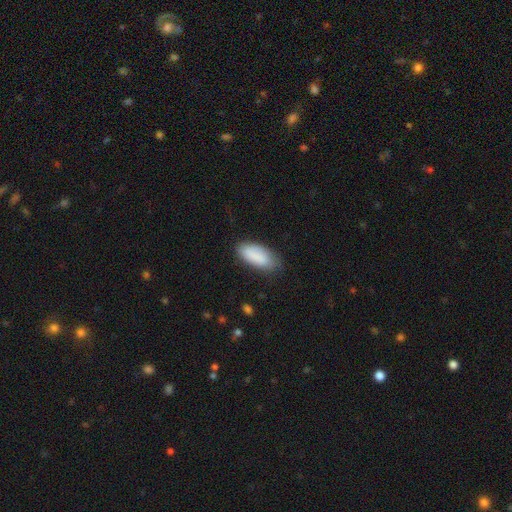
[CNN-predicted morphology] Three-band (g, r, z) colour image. It shows a smooth galaxy with no disk features (85%) that is in between round and cigar-shaped (86%). Merging: none (72%).